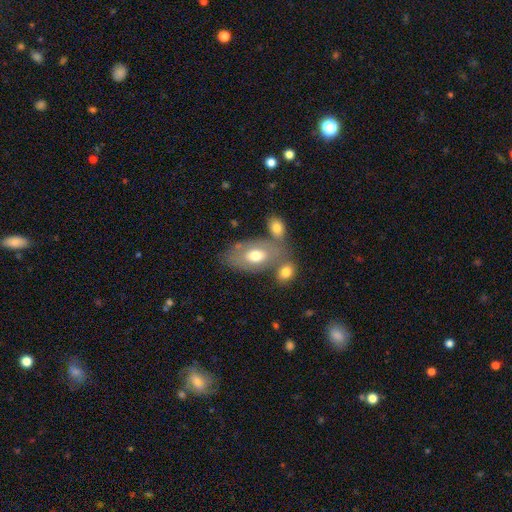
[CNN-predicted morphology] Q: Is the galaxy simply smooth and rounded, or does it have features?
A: smooth — 65%.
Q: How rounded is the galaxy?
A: in between — 90%.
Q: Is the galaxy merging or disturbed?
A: none — 43%.